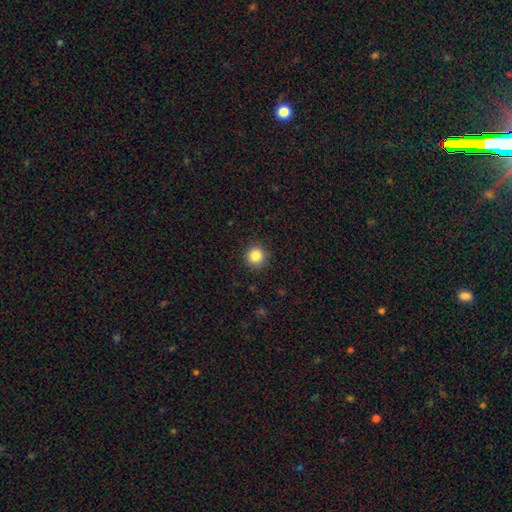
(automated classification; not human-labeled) Overall: smooth (86%). How rounded: round (93%). Merging: none (89%).